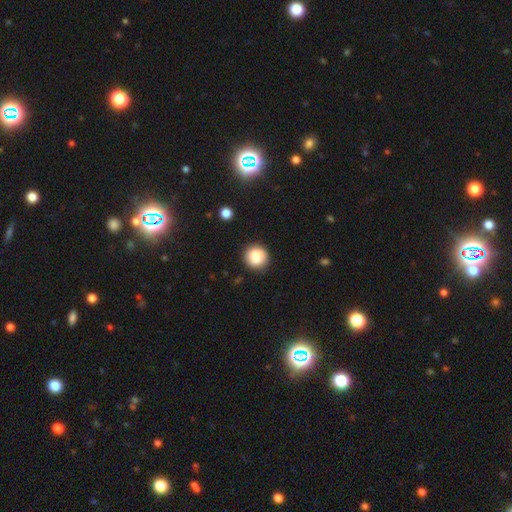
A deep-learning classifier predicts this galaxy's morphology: Q: Smooth or featured?
A: smooth (81%); runner-up: star or artifact (10%)
Q: How rounded?
A: round (93%); runner-up: in between (6%)
Q: Merging?
A: none (89%); runner-up: minor disturbance (7%)